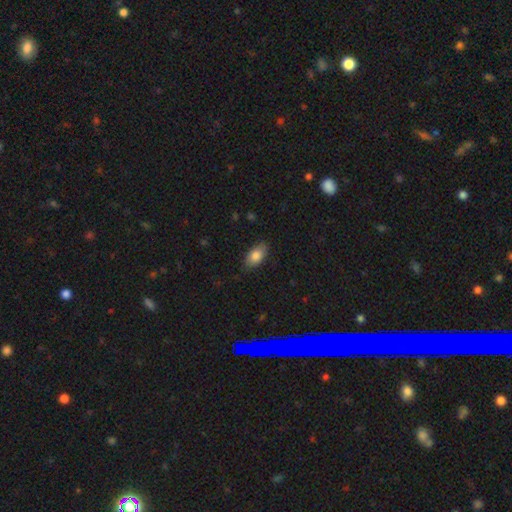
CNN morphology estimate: Smooth or featured: smooth — 82% (featured or disk — 11%)
How rounded: in between — 91% (round — 5%)
Merging: none — 81% (minor disturbance — 15%)